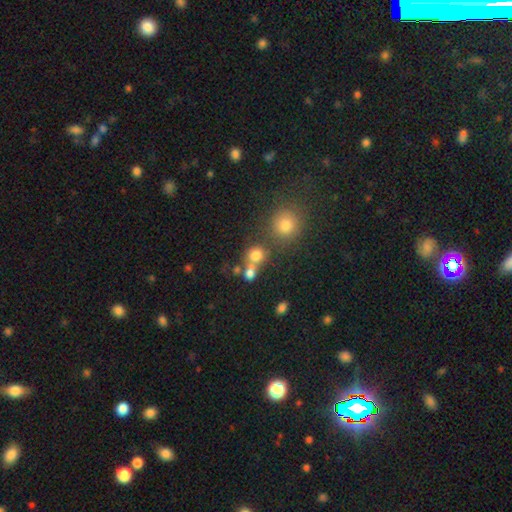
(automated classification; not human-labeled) Smooth or featured? smooth (73%)
How rounded? round (83%)
Merging? none (47%)